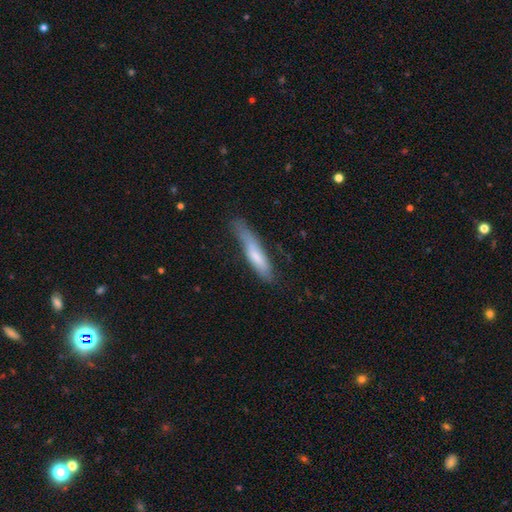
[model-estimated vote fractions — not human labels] Overall: smooth (65%; featured or disk 28%). How rounded: cigar-shaped (82%). Merging: none (50%; minor disturbance 33%).